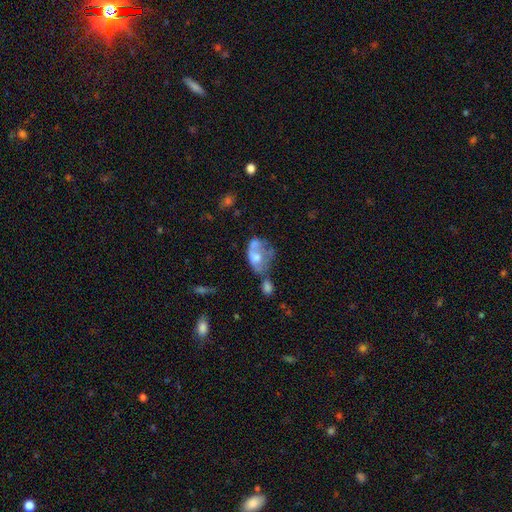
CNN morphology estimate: A smooth galaxy with no disk features (49%).

Vote fractions:
- Smooth or featured? smooth: 49% / featured or disk: 43% / star or artifact: 9%
- Merging? merger: 35% / major disturbance: 30% / none: 17% / minor disturbance: 17%